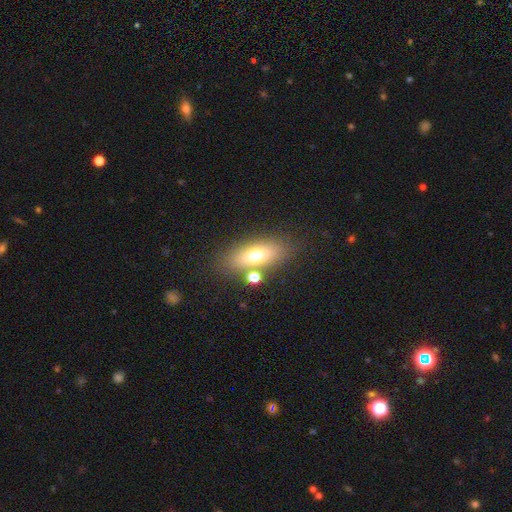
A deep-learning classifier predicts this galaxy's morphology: Smooth or featured?
  - smooth: 69% *
  - featured or disk: 21%
  - star or artifact: 10%
How rounded?
  - in between: 70% *
  - cigar-shaped: 25%
  - round: 6%
Merging?
  - none: 72% *
  - merger: 12%
  - minor disturbance: 12%
  - major disturbance: 5%